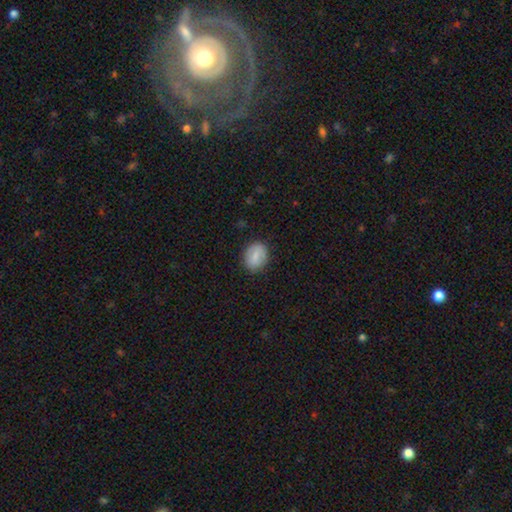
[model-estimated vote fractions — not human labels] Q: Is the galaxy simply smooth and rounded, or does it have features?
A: smooth — 77%.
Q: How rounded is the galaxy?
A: in between — 52%.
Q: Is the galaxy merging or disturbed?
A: none — 84%.